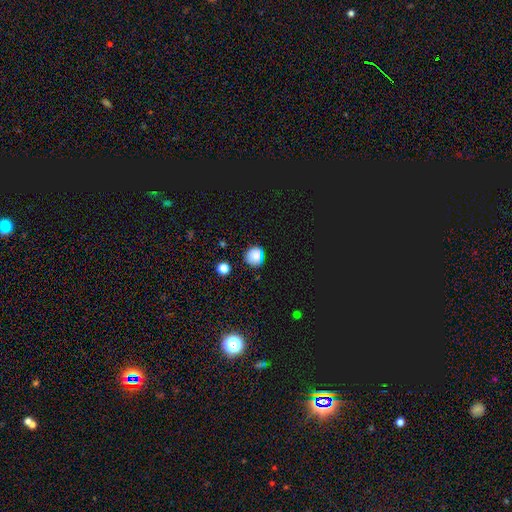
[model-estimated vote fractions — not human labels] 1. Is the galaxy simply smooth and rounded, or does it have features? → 74% smooth, 20% star or artifact, 7% featured or disk.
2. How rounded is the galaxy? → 88% round, 10% in between, 1% cigar-shaped.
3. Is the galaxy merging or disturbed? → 84% none, 11% minor disturbance, 3% major disturbance, 2% merger.